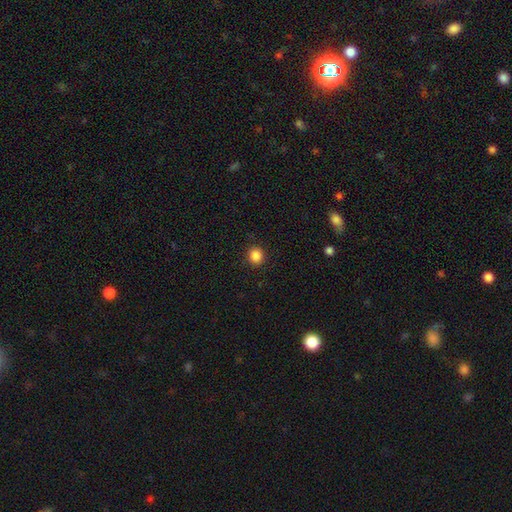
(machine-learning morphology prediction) The model was most divided on "how rounded": round: 86%, in between: 13%, cigar-shaped: 1%. More confident: merging — none (91%); smooth or featured — smooth (86%).